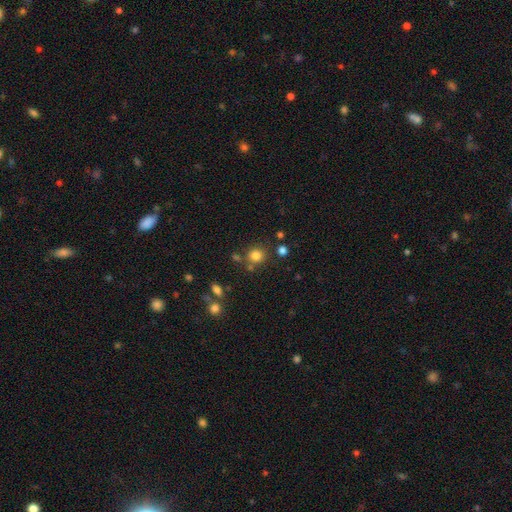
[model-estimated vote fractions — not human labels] smooth-or-featured: smooth: 80% | star or artifact: 14% | featured or disk: 6%
  how-rounded: round: 87% | in between: 12% | cigar-shaped: 1%
  merging: none: 76% | merger: 10% | minor disturbance: 10% | major disturbance: 4%